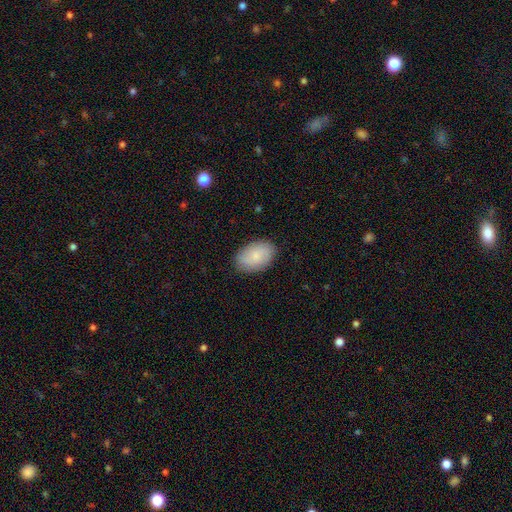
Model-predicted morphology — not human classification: Smooth or featured? Predicted: smooth (p=0.78). How rounded? Predicted: in between (p=0.90). Merging? Predicted: none (p=0.86).